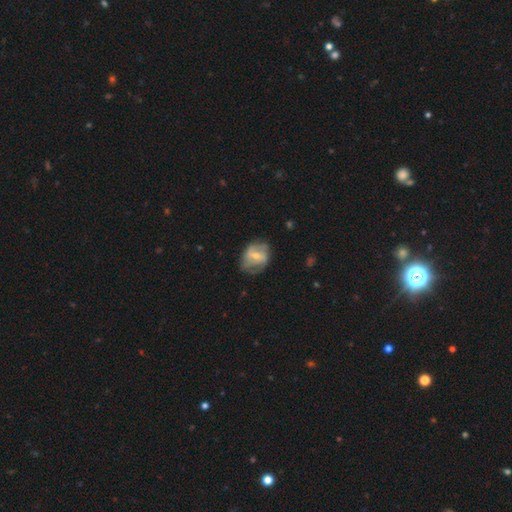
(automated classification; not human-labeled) Morphology: type=featured or disk (68%); edge-on=no (97%); bar=weak (49%); spiral arms=yes (77%); winding=medium (42%); arm count=2 (61%); bulge=small (49%); merging=none (60%).